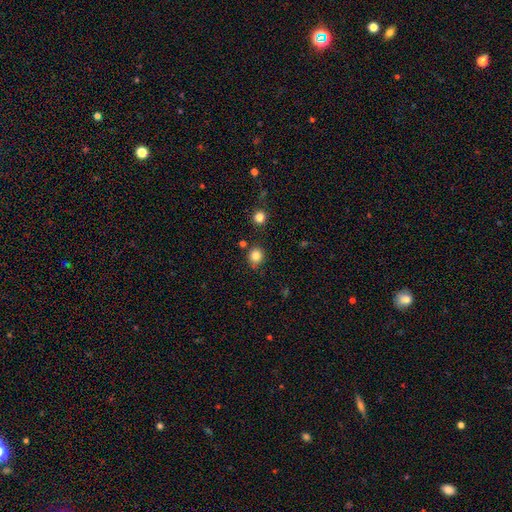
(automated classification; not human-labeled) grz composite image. It shows a smooth galaxy with no disk features (84%) that is round (85%). Merging: none (80%).